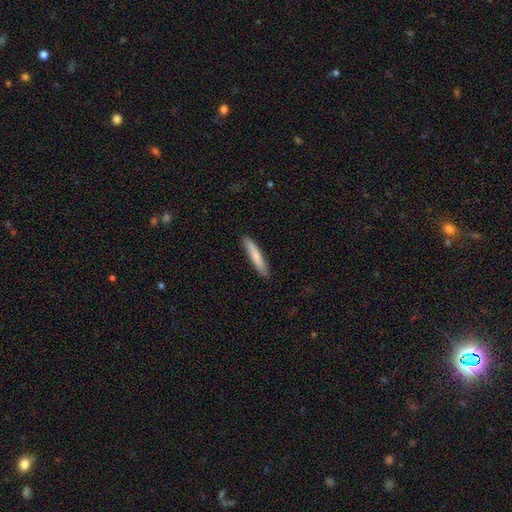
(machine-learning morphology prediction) type=smooth (77%); roundness=cigar-shaped (91%); merging=none (88%).